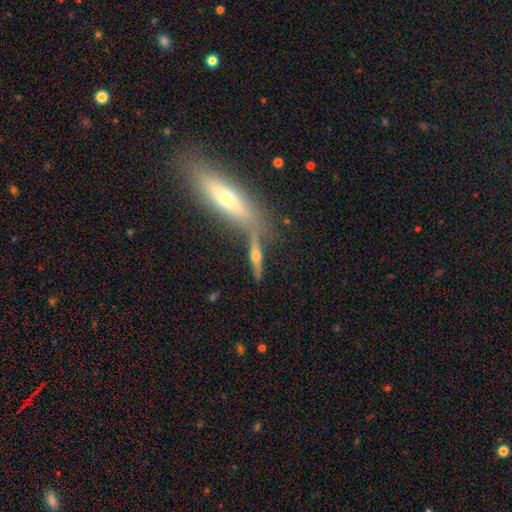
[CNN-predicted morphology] type=featured or disk (58%); edge-on=yes (89%); edge-on bulge=rounded (92%); merging=none (63%).